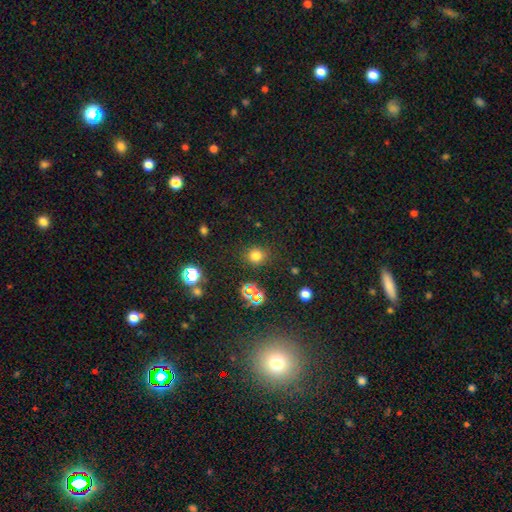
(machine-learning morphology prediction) Smooth or featured?
  - smooth: 72% *
  - star or artifact: 22%
  - featured or disk: 6%
How rounded?
  - round: 85% *
  - in between: 14%
  - cigar-shaped: 1%
Merging?
  - none: 84% *
  - minor disturbance: 9%
  - major disturbance: 4%
  - merger: 3%